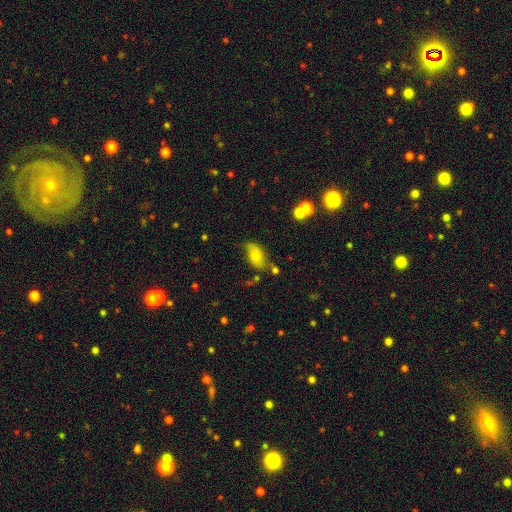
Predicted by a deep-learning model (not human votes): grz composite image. It shows a smooth galaxy with no disk features (58%) that is in between round and cigar-shaped (89%). Merging: none (53%).